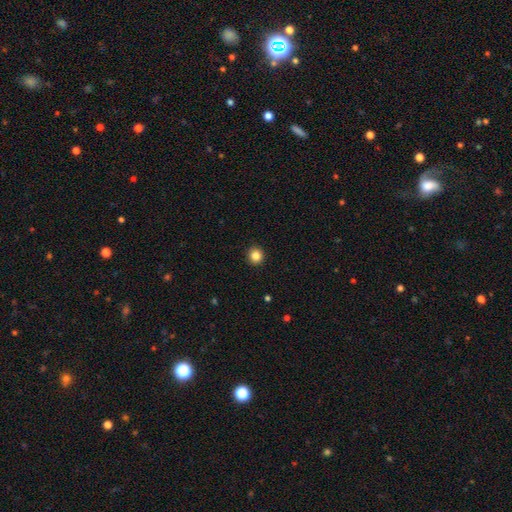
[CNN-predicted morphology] Smooth or featured? smooth (85%)
How rounded? round (94%)
Merging? none (93%)